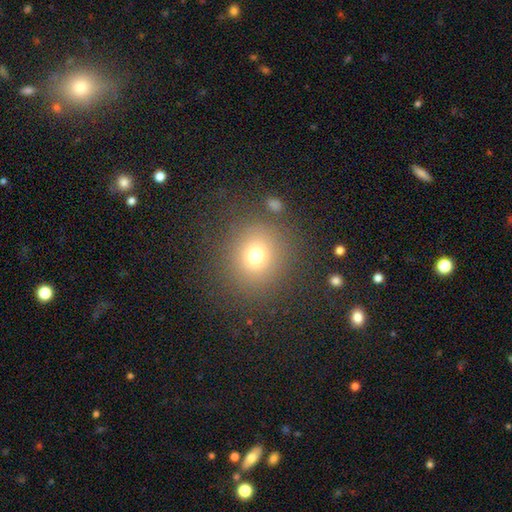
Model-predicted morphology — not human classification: Smooth or featured? smooth (73%)
How rounded? round (87%)
Merging? none (84%)